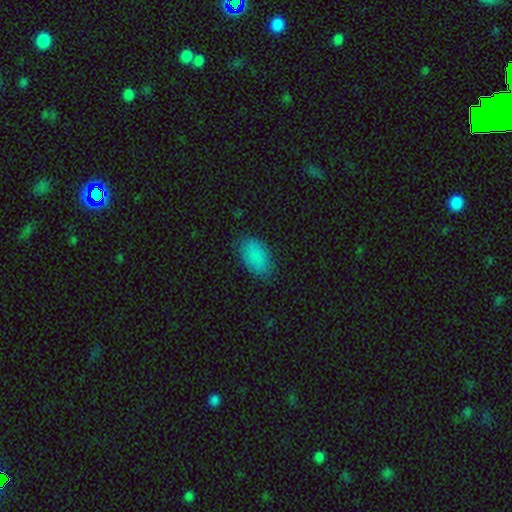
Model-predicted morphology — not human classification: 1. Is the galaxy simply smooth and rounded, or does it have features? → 87% smooth, 9% star or artifact, 4% featured or disk.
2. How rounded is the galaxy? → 93% in between, 5% round, 2% cigar-shaped.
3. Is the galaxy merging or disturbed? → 80% none, 16% minor disturbance, 3% major disturbance, 1% merger.